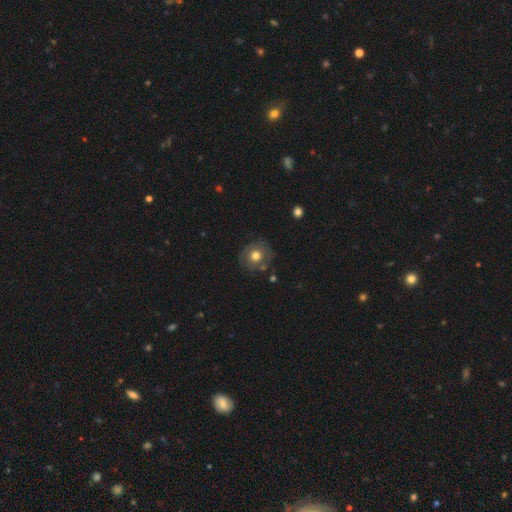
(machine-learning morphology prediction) This appears to be a smooth galaxy with no disk features (65%) that is round (87%). Merging: none (79%).